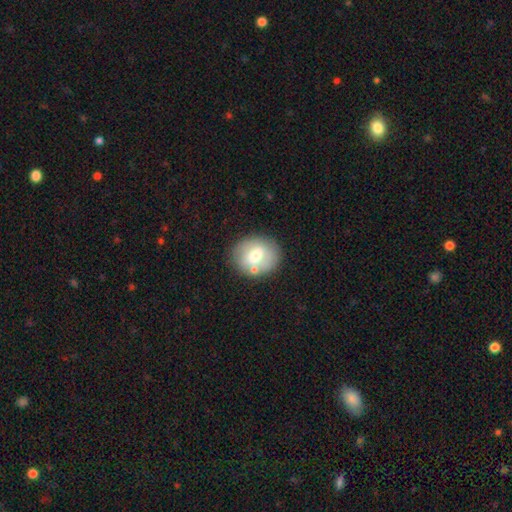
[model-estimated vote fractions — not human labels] Smooth or featured?
  - smooth: 62% *
  - featured or disk: 30%
  - star or artifact: 8%
How rounded?
  - round: 62% *
  - in between: 37%
  - cigar-shaped: 1%
Merging?
  - none: 74% *
  - minor disturbance: 13%
  - merger: 8%
  - major disturbance: 4%